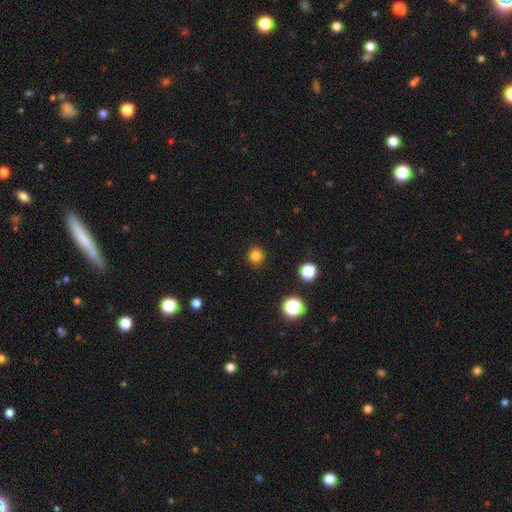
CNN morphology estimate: Smooth or featured? Predicted: smooth (p=0.82). How rounded? Predicted: round (p=0.94). Merging? Predicted: none (p=0.91).